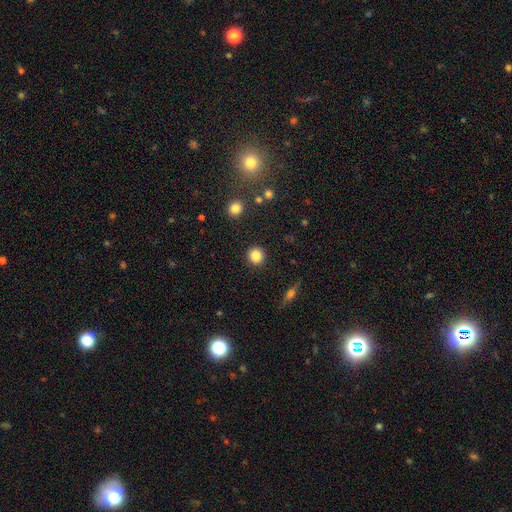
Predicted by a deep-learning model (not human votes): Q: Smooth or featured?
A: smooth (85%); runner-up: star or artifact (10%)
Q: How rounded?
A: round (91%); runner-up: in between (8%)
Q: Merging?
A: none (91%); runner-up: minor disturbance (5%)